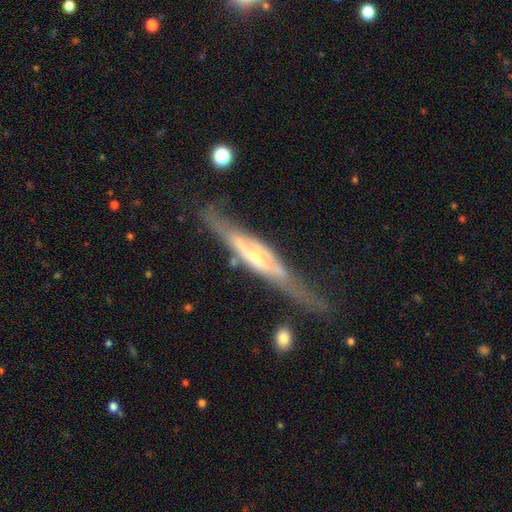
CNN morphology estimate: smooth-or-featured: featured or disk: 80% | smooth: 14% | star or artifact: 6%
  disk-edge-on: yes: 86% | no: 14%
    edge-on-bulge: rounded: 62% | boxy: 22% | none: 17%
  merging: none: 64% | minor disturbance: 22% | major disturbance: 11% | merger: 4%